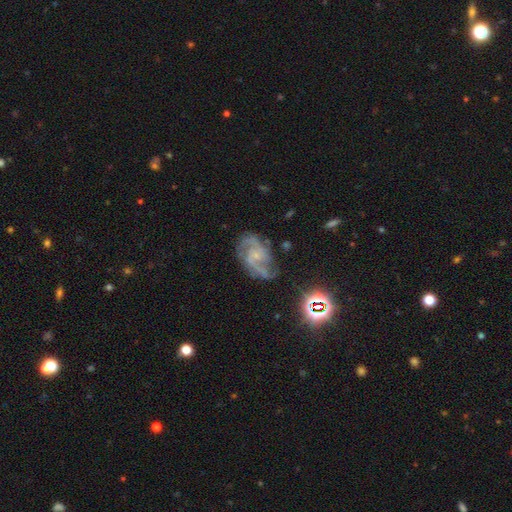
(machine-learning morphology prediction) A featured or disk galaxy (85%) with no bar (59%), 2 (56%) medium (54%) spiral arms (97%) and a small central bulge (71%). Merging: none (66%).